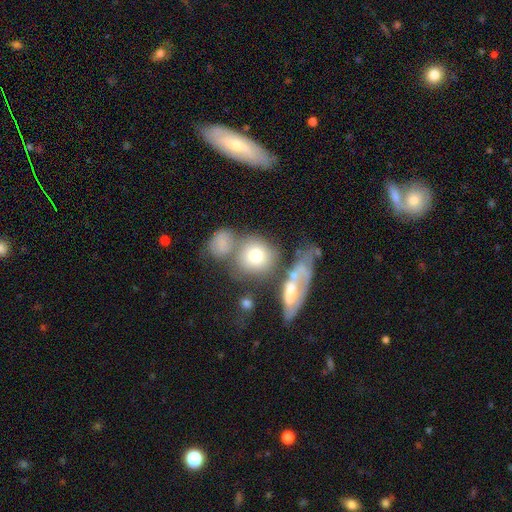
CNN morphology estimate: The model was most divided on "merging": none: 45%, merger: 32%, minor disturbance: 14%, major disturbance: 10%. More confident: how rounded — round (73%); smooth or featured — smooth (71%).